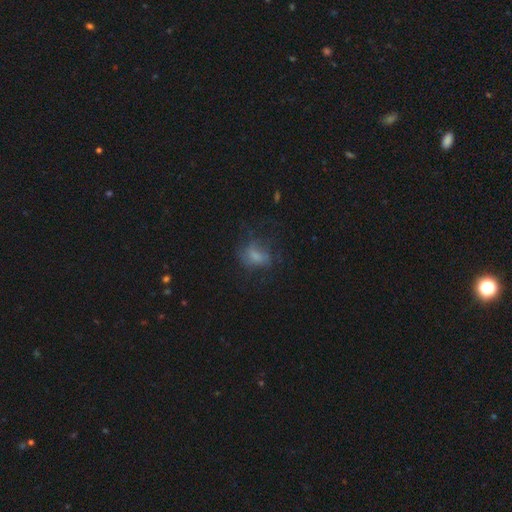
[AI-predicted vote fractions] Smooth or featured: smooth — 50% (featured or disk — 35%)
Merging: none — 47% (major disturbance — 29%)